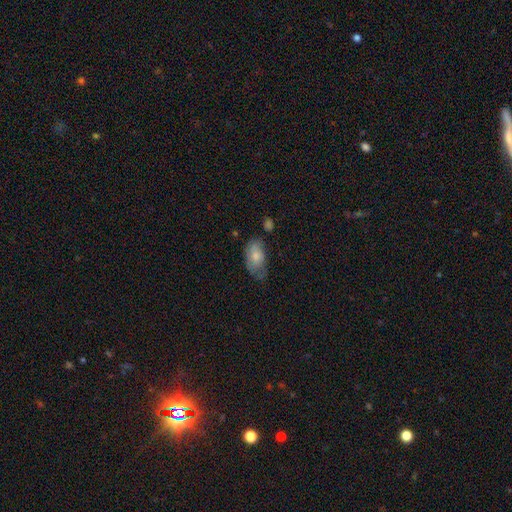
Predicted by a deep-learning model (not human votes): Smooth or featured? Predicted: smooth (p=0.69). How rounded? Predicted: in between (p=0.91). Merging? Predicted: none (p=0.44).